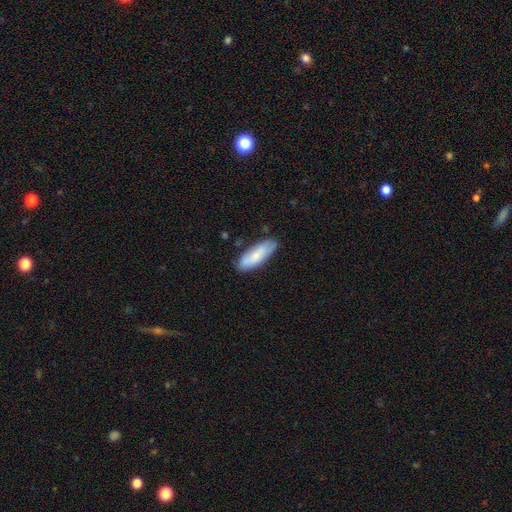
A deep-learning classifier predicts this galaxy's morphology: A smooth galaxy with no disk features (73%) that is in between round and cigar-shaped (61%).

Vote fractions:
- Smooth or featured? smooth: 73% / featured or disk: 22% / star or artifact: 6%
- How rounded? in between: 61% / cigar-shaped: 38% / round: 2%
- Merging? none: 78% / minor disturbance: 17% / major disturbance: 3% / merger: 2%